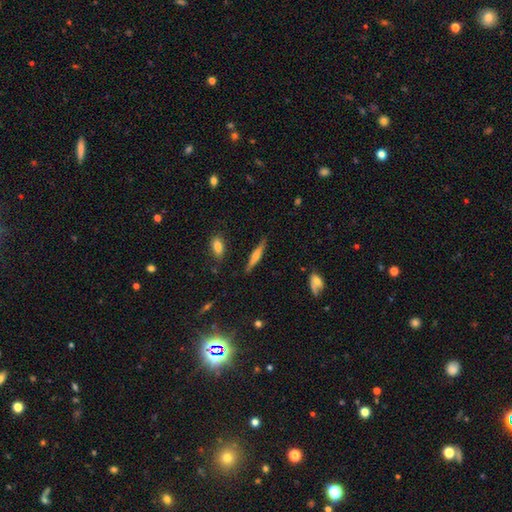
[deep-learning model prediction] smooth_or_featured: featured or disk (p=0.59) [alt: smooth p=0.34]
disk_edge_on: yes (p=0.96) [alt: no p=0.04]
edge_on_bulge: rounded (p=0.82) [alt: none p=0.09]
merging: none (p=0.86) [alt: minor disturbance p=0.10]